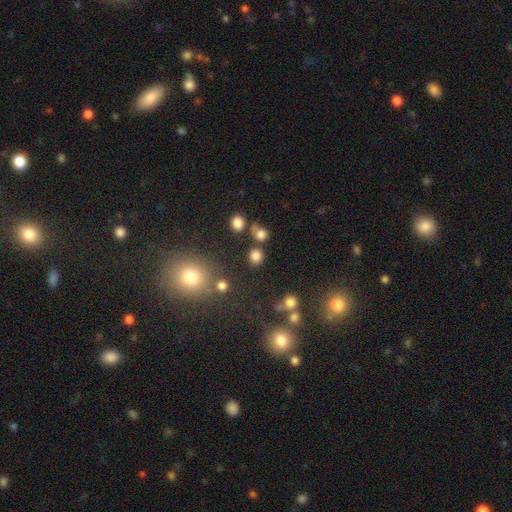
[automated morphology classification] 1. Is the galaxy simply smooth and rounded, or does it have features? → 78% smooth, 16% star or artifact, 5% featured or disk.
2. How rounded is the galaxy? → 86% round, 13% in between, 1% cigar-shaped.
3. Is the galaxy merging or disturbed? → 76% none, 11% merger, 9% minor disturbance, 4% major disturbance.